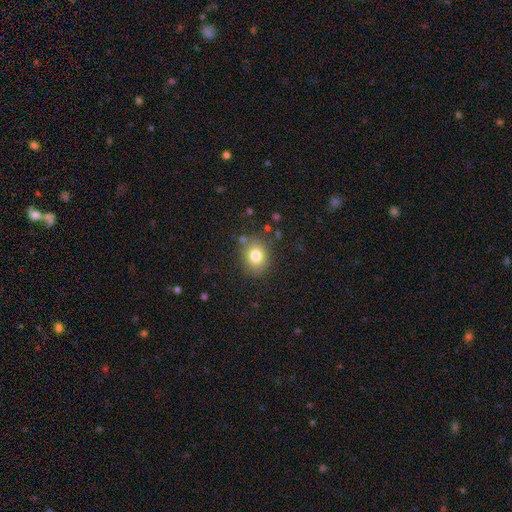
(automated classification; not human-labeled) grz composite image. It shows a smooth galaxy with no disk features (79%) that is round (60%). Merging: none (82%).